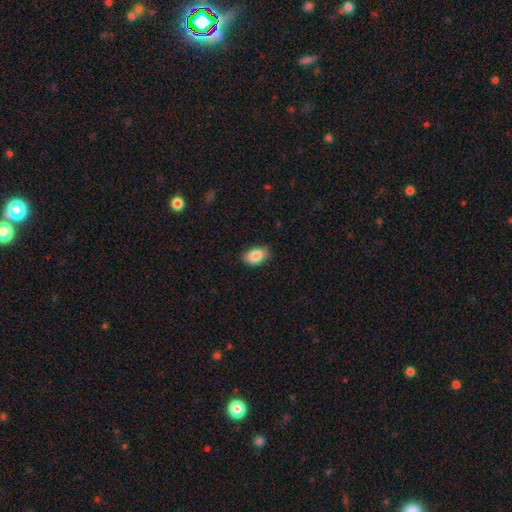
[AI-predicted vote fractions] This appears to be a smooth galaxy with no disk features (86%) that is in between round and cigar-shaped (90%). Merging: none (84%).